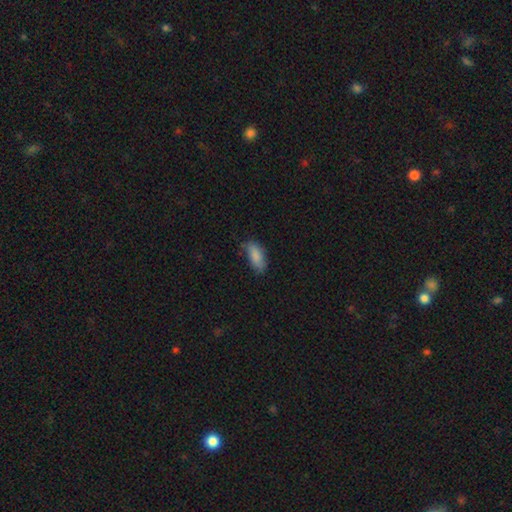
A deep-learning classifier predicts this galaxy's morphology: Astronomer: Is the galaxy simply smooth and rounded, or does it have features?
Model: smooth — 85%.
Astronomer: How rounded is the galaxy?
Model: in between — 84%.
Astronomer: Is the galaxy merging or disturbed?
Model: none — 70%.